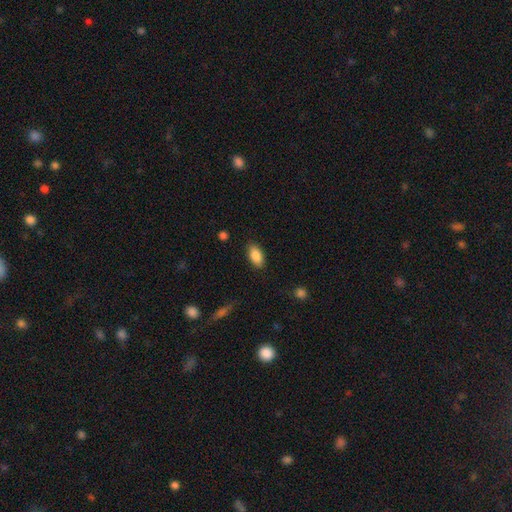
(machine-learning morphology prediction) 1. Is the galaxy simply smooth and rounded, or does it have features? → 88% smooth, 7% star or artifact, 5% featured or disk.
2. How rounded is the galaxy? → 92% in between, 4% cigar-shaped, 4% round.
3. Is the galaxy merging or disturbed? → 85% none, 11% minor disturbance, 3% major disturbance, 1% merger.